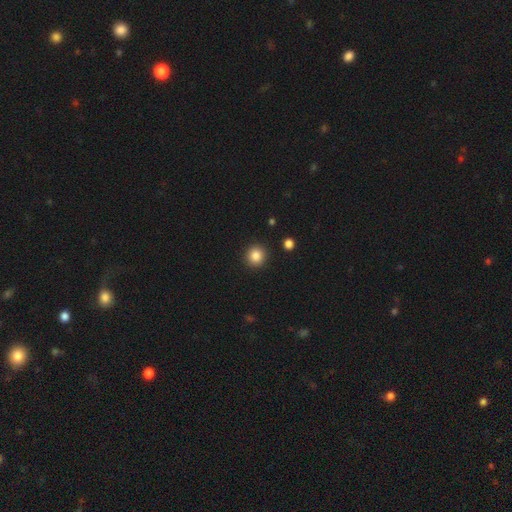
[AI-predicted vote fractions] This is clearly a smooth galaxy (85%). How rounded: clearly round (93%). Merging: clearly none (92%).